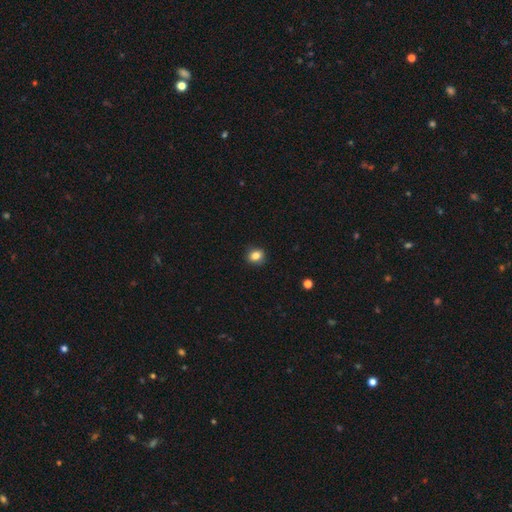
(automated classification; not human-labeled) A smooth galaxy with no disk features (84%) that is round (65%).

Vote fractions:
- Smooth or featured? smooth: 84% / star or artifact: 11% / featured or disk: 6%
- How rounded? round: 65% / in between: 34% / cigar-shaped: 1%
- Merging? none: 89% / minor disturbance: 8% / major disturbance: 2% / merger: 1%